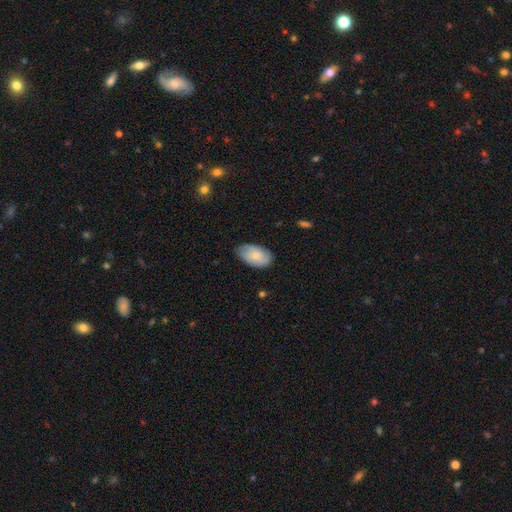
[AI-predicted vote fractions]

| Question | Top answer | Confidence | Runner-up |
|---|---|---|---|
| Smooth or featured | smooth | 61% | featured or disk (32%) |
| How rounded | in between | 92% | round (6%) |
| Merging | none | 75% | minor disturbance (20%) |